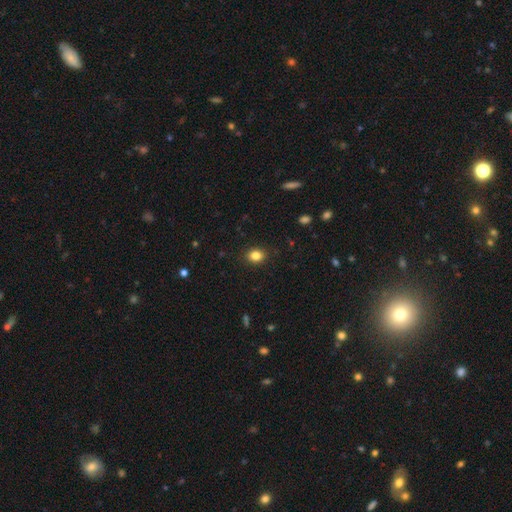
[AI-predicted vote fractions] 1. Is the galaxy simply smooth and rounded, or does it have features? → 84% smooth, 11% star or artifact, 5% featured or disk.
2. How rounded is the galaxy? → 55% round, 44% in between, 1% cigar-shaped.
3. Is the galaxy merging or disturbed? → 89% none, 7% minor disturbance, 2% major disturbance, 1% merger.